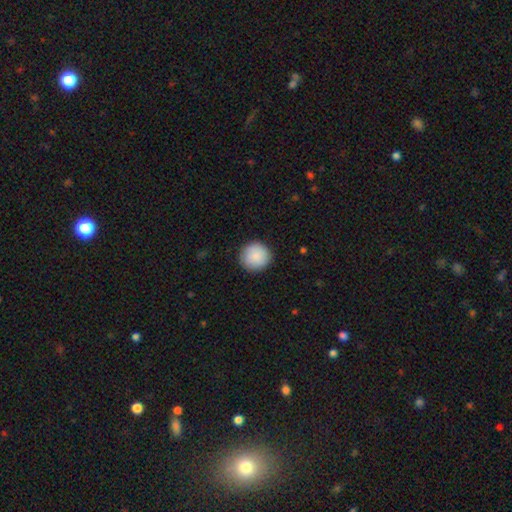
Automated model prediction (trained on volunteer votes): This appears to be a smooth galaxy with no disk features (90%) that is round (95%). Merging: none (91%).